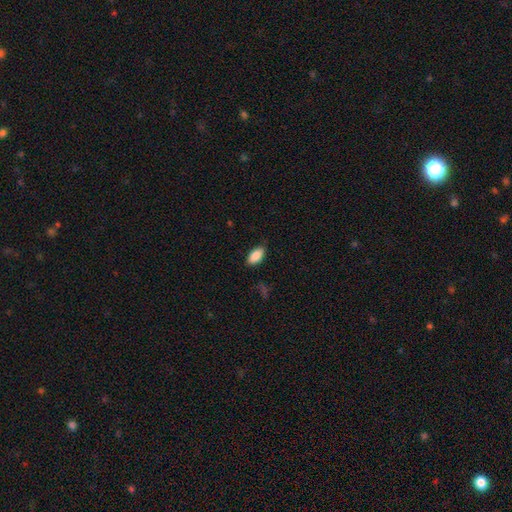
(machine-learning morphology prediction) smooth 88%, star or artifact 7%, featured or disk 6%. Down the decision tree: how rounded — in between (93%); merging — none (79%).